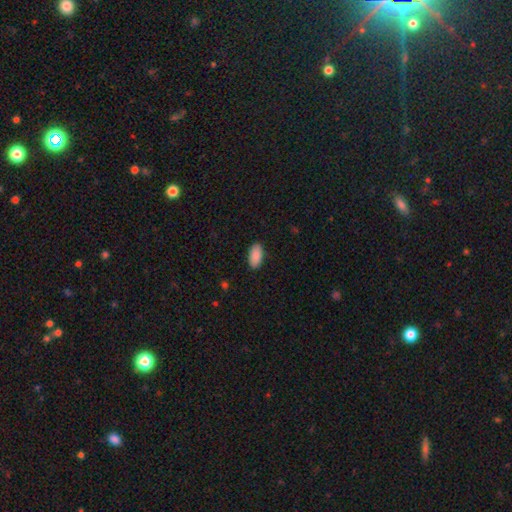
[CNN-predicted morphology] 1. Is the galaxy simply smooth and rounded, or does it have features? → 90% smooth, 6% star or artifact, 3% featured or disk.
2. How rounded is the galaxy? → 94% in between, 4% cigar-shaped, 2% round.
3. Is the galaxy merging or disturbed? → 89% none, 8% minor disturbance, 2% major disturbance, 1% merger.